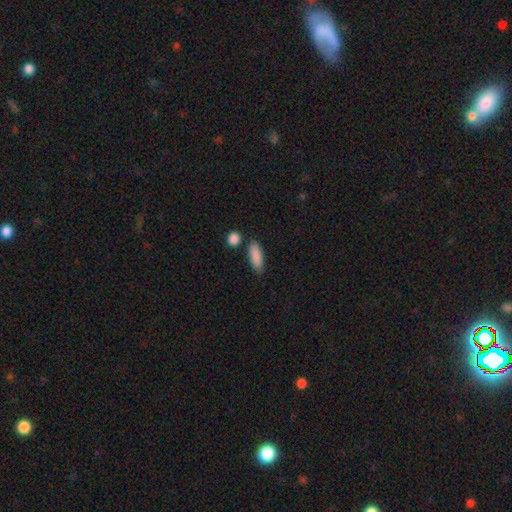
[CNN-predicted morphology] A smooth galaxy with no disk features (88%) that is in between round and cigar-shaped (66%).

Vote fractions:
- Smooth or featured? smooth: 88% / star or artifact: 6% / featured or disk: 6%
- How rounded? in between: 66% / cigar-shaped: 31% / round: 3%
- Merging? none: 78% / minor disturbance: 12% / merger: 6% / major disturbance: 3%